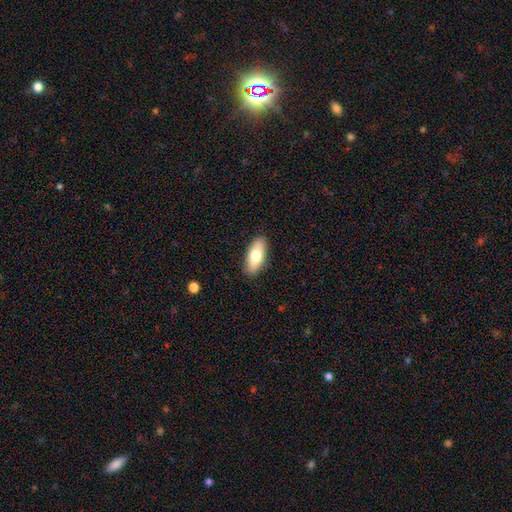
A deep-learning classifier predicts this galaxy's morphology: Smooth or featured? Predicted: smooth (p=0.73). How rounded? Predicted: in between (p=0.82). Merging? Predicted: none (p=0.89).